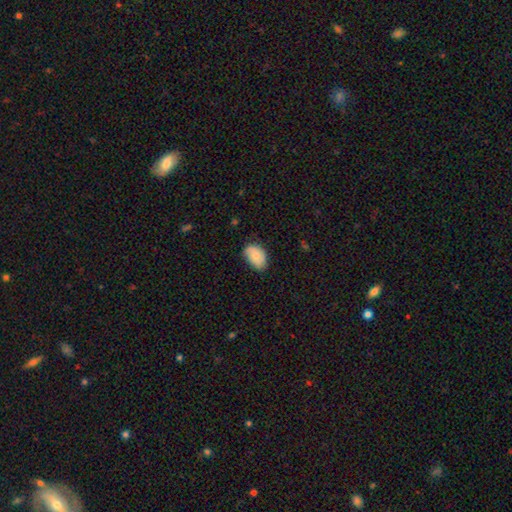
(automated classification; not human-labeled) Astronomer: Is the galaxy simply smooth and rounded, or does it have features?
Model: smooth — 76%.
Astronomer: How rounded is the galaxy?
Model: in between — 86%.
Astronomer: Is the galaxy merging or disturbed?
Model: none — 60%.